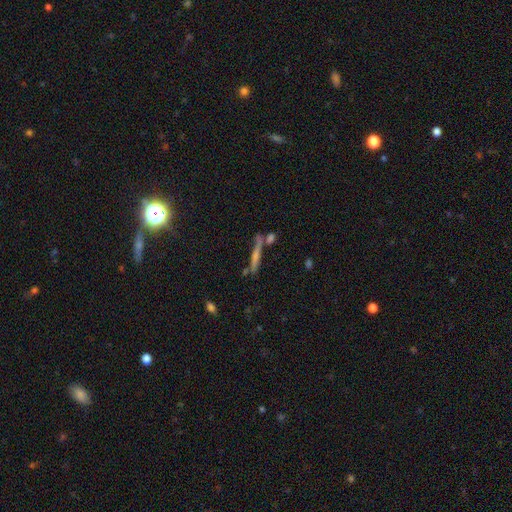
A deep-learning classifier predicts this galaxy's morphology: Q: Smooth or featured?
A: star or artifact (39%); runner-up: featured or disk (34%)